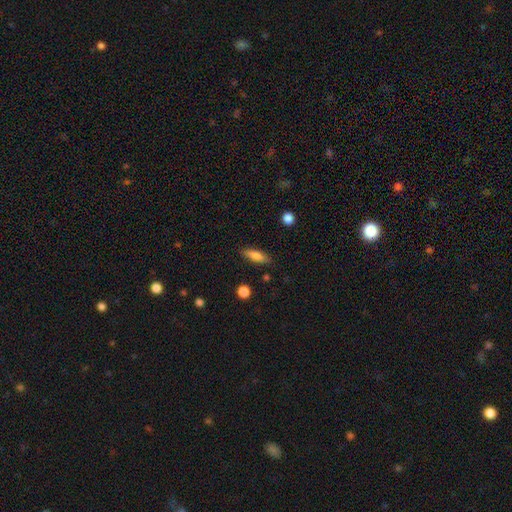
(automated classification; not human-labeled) This is likely a smooth galaxy (77%). How rounded: possibly cigar-shaped (49%). Merging: clearly none (86%).